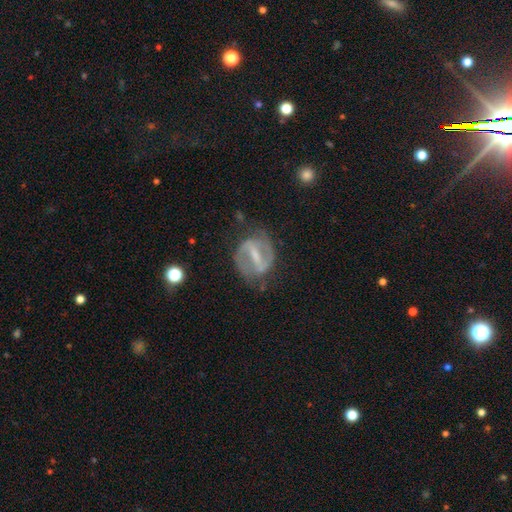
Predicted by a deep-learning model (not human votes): Morphology: type=featured or disk (84%); edge-on=no (96%); bar=strong (70%); spiral arms=yes (85%); winding=medium (50%); arm count=2 (86%); bulge=small (45%); merging=none (70%).